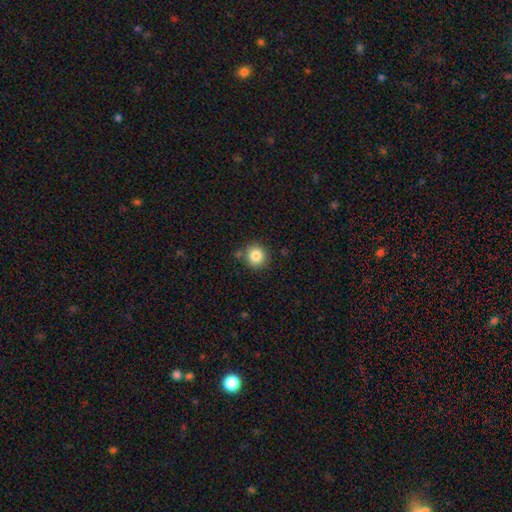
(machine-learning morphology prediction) Smooth or featured?
  - smooth: 84% *
  - star or artifact: 10%
  - featured or disk: 5%
How rounded?
  - round: 91% *
  - in between: 8%
  - cigar-shaped: 1%
Merging?
  - none: 83% *
  - minor disturbance: 10%
  - merger: 5%
  - major disturbance: 3%